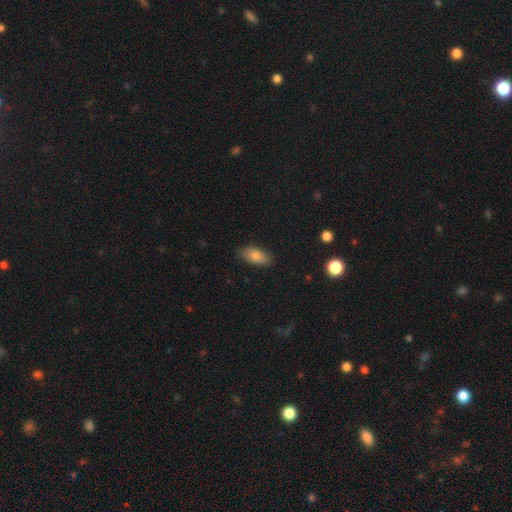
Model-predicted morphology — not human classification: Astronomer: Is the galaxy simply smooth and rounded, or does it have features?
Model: smooth — 83%.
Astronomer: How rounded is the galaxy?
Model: in between — 90%.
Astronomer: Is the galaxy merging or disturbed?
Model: none — 84%.